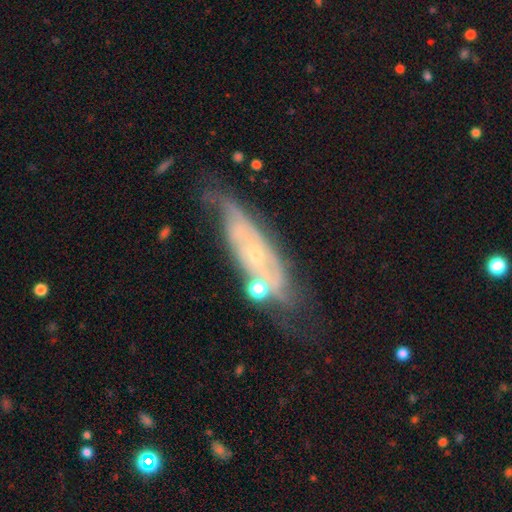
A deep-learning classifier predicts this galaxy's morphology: The model was most divided on "spiral arm count": can't tell: 50%, 2: 30%, 3: 8%, 1: 4%, 4: 4%, more than 4: 3%. More confident: spiral arms — yes (85%); edge-on disk — no (81%); smooth or featured — featured or disk (79%); bar — no (75%); bulge size — small (75%); spiral winding — tight (60%); merging — none (55%).